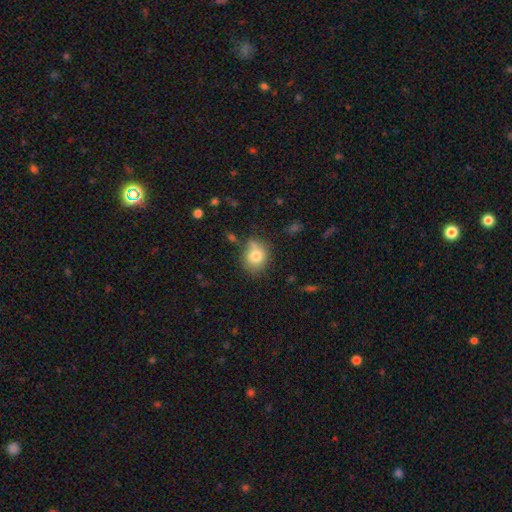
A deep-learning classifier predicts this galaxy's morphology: Smooth or featured?
  - smooth: 78% *
  - featured or disk: 12%
  - star or artifact: 10%
How rounded?
  - round: 61% *
  - in between: 38%
  - cigar-shaped: 1%
Merging?
  - none: 65% *
  - minor disturbance: 21%
  - merger: 9%
  - major disturbance: 6%